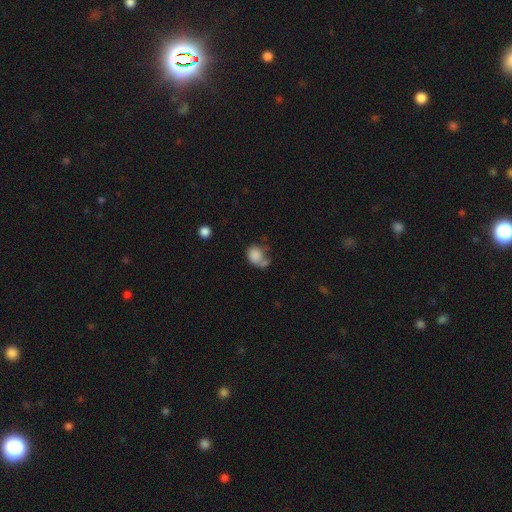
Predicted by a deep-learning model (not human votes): A smooth galaxy with no disk features (81%) that is round (52%). Merging: none (35%).